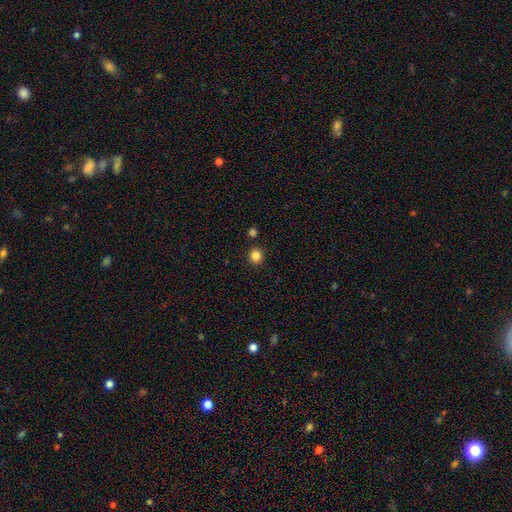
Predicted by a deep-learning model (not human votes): Overall: smooth (84%). How rounded: round (90%). Merging: none (89%).